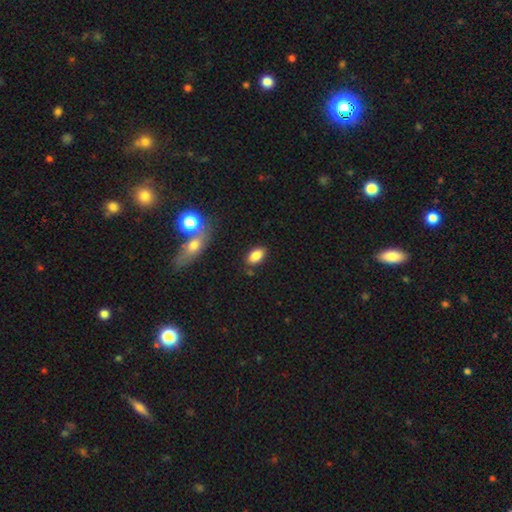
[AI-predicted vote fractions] A smooth galaxy with no disk features (85%) that is in between round and cigar-shaped (91%). Merging: none (82%).